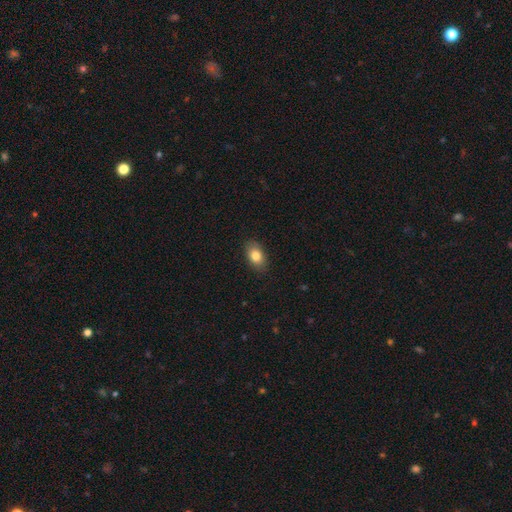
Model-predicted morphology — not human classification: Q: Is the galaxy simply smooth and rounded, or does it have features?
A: smooth — 82%.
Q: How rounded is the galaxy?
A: in between — 87%.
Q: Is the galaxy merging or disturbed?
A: none — 86%.